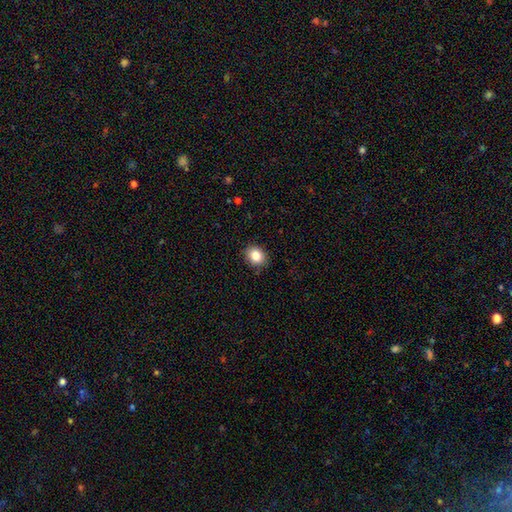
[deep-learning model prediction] Smooth or featured? smooth (84%)
How rounded? round (55%)
Merging? none (88%)